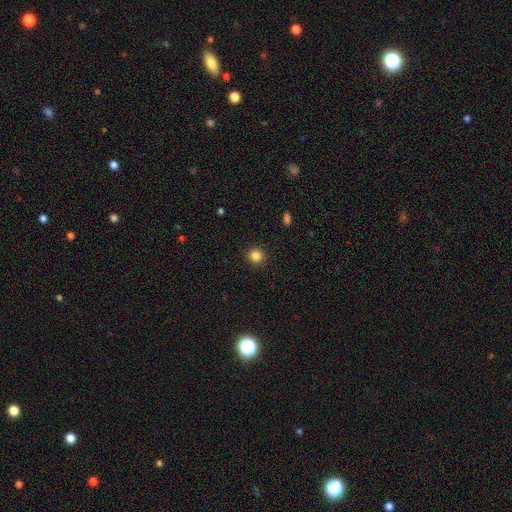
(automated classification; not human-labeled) smooth-or-featured: smooth: 84% | star or artifact: 12% | featured or disk: 4%
  how-rounded: round: 94% | in between: 5% | cigar-shaped: 1%
  merging: none: 92% | minor disturbance: 5% | major disturbance: 2% | merger: 1%